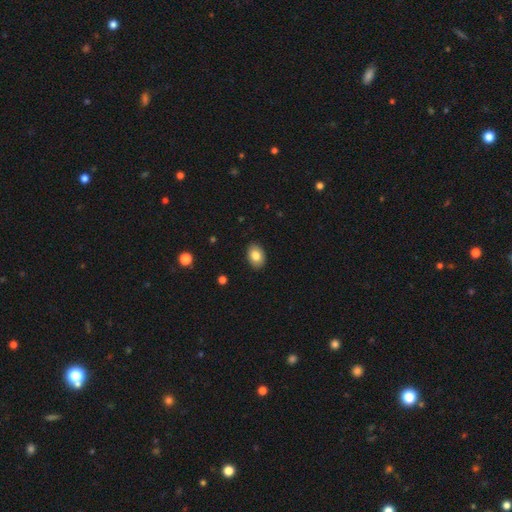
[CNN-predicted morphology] A smooth galaxy with no disk features (83%) that is in between round and cigar-shaped (83%).

Vote fractions:
- Smooth or featured? smooth: 83% / featured or disk: 10% / star or artifact: 7%
- How rounded? in between: 83% / round: 16% / cigar-shaped: 1%
- Merging? none: 88% / minor disturbance: 9% / major disturbance: 2% / merger: 1%